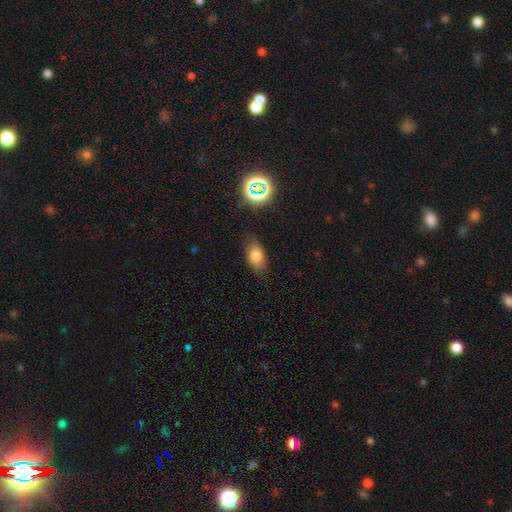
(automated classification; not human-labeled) Smooth or featured? Predicted: smooth (p=0.75). How rounded? Predicted: in between (p=0.86). Merging? Predicted: none (p=0.76).